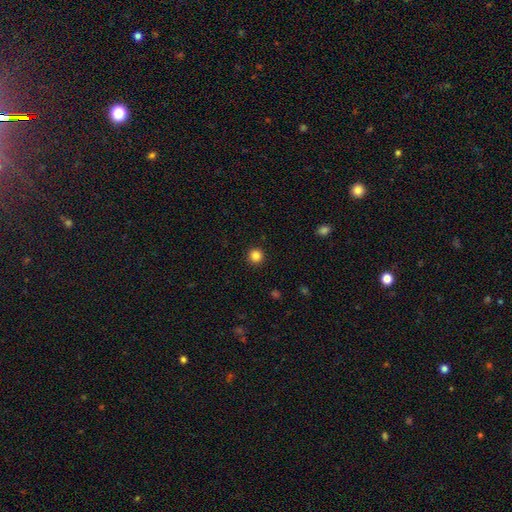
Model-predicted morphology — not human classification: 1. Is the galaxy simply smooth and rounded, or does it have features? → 85% smooth, 11% star or artifact, 4% featured or disk.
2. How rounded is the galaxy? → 95% round, 4% in between, 1% cigar-shaped.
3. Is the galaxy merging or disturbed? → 93% none, 5% minor disturbance, 2% major disturbance, 1% merger.